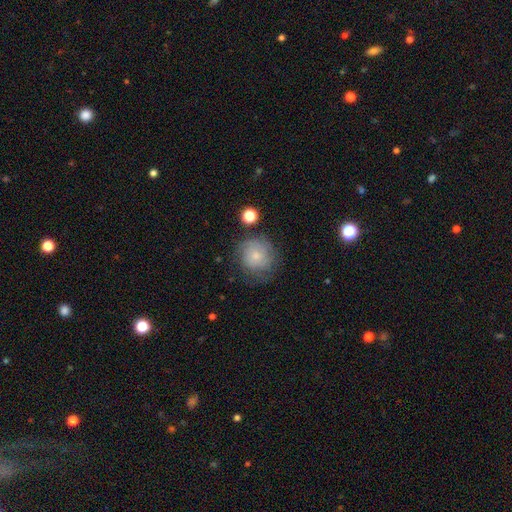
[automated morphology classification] Smooth or featured: smooth — 57% (featured or disk — 33%)
How rounded: round — 89% (in between — 10%)
Merging: none — 65% (minor disturbance — 22%)